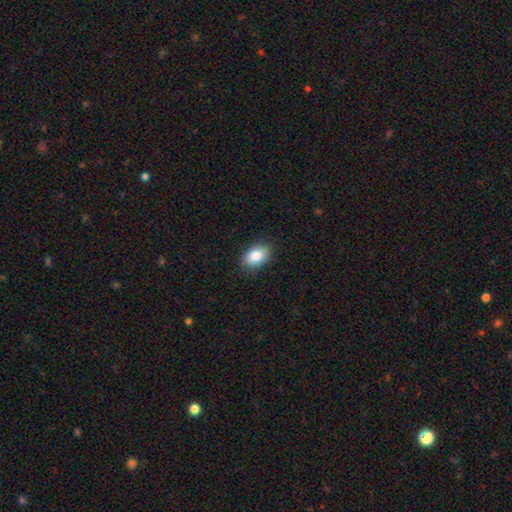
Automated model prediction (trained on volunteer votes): Overall: smooth (86%). How rounded: in between (85%). Merging: none (85%).